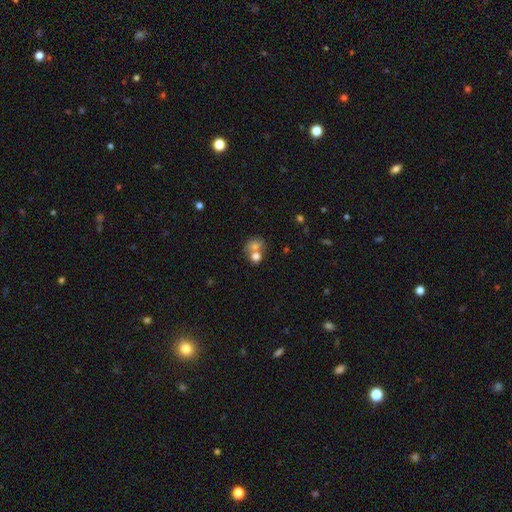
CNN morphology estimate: This appears to be a smooth galaxy with no disk features (65%) that is round (72%). Merging: merger (47%).